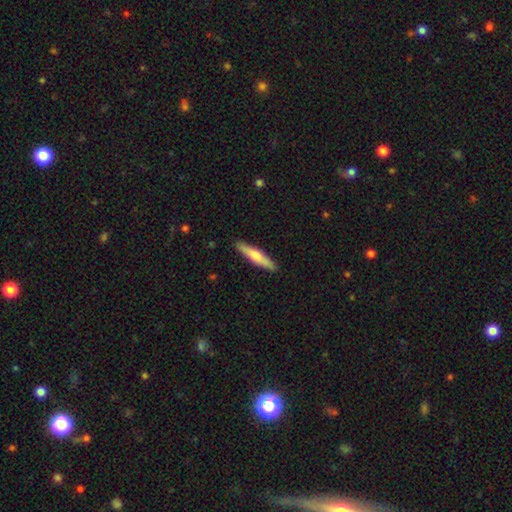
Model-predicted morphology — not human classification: A smooth galaxy with no disk features (58%) that is cigar-shaped (88%). Merging: none (90%).